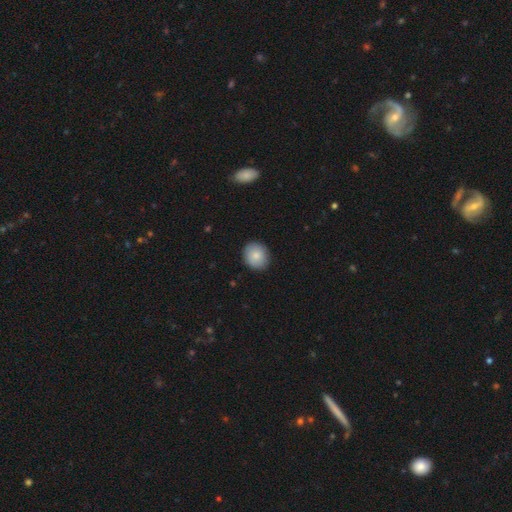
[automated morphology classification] Q: Smooth or featured?
A: smooth (84%); runner-up: featured or disk (9%)
Q: How rounded?
A: round (79%); runner-up: in between (20%)
Q: Merging?
A: none (89%); runner-up: minor disturbance (9%)